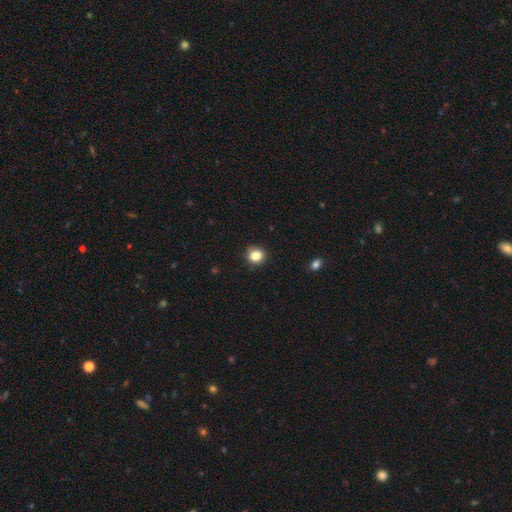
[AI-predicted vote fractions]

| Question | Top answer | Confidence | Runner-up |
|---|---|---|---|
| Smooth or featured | smooth | 84% | star or artifact (11%) |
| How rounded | round | 84% | in between (15%) |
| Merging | none | 88% | minor disturbance (9%) |